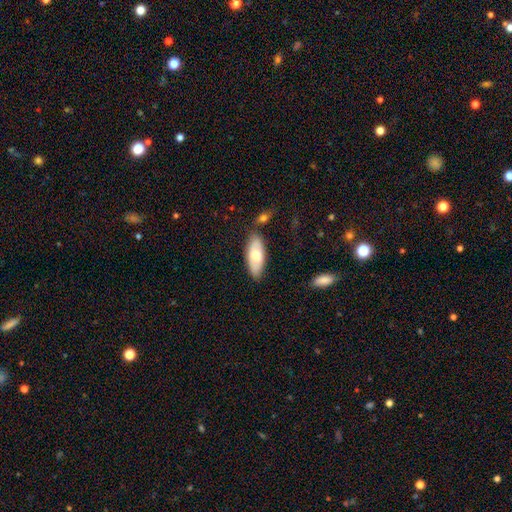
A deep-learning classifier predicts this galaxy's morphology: Smooth or featured? Predicted: smooth (p=0.63). How rounded? Predicted: in between (p=0.82). Merging? Predicted: none (p=0.79).